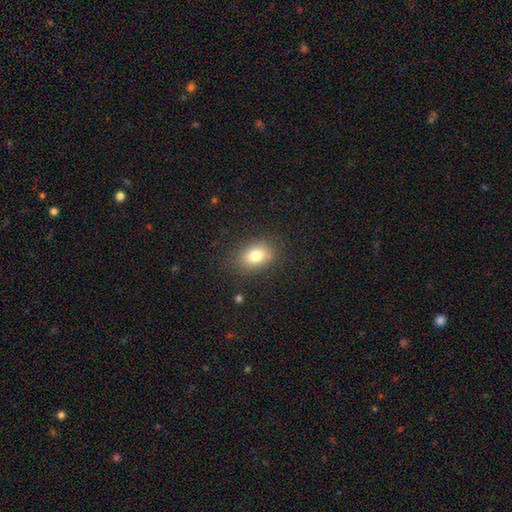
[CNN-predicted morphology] This is likely a smooth galaxy (79%). How rounded: likely in between (77%). Merging: clearly none (81%).